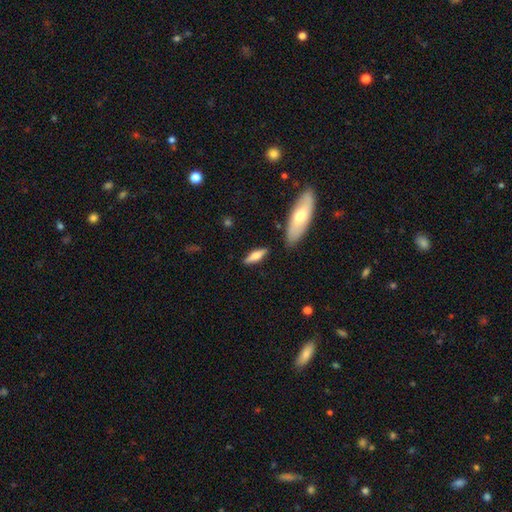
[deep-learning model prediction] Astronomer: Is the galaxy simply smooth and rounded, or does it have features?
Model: smooth — 55% (runner-up: featured or disk, 39%).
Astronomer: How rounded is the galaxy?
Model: cigar-shaped — 56% (runner-up: in between, 41%).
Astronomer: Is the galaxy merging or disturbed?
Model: none — 81%.